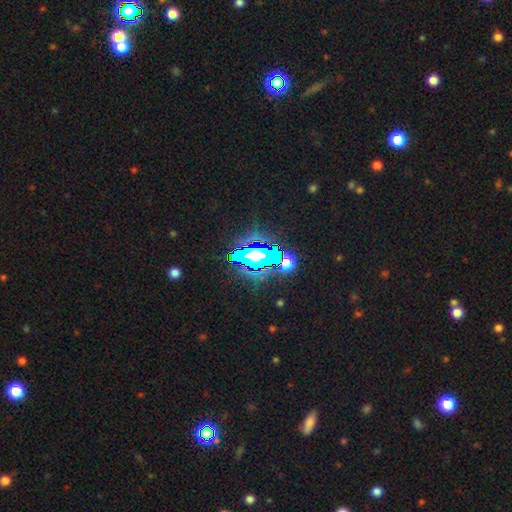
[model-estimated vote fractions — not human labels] Q: Smooth or featured?
A: star or artifact (65%); runner-up: smooth (19%)